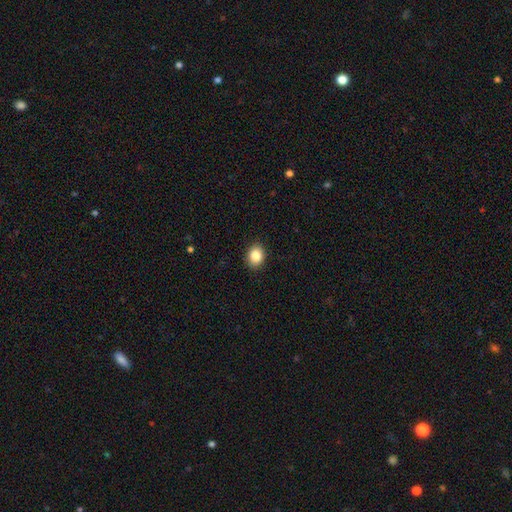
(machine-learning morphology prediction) Smooth or featured?
  - smooth: 86% *
  - star or artifact: 9%
  - featured or disk: 6%
How rounded?
  - in between: 56% *
  - round: 43%
  - cigar-shaped: 1%
Merging?
  - none: 90% *
  - minor disturbance: 7%
  - major disturbance: 2%
  - merger: 1%